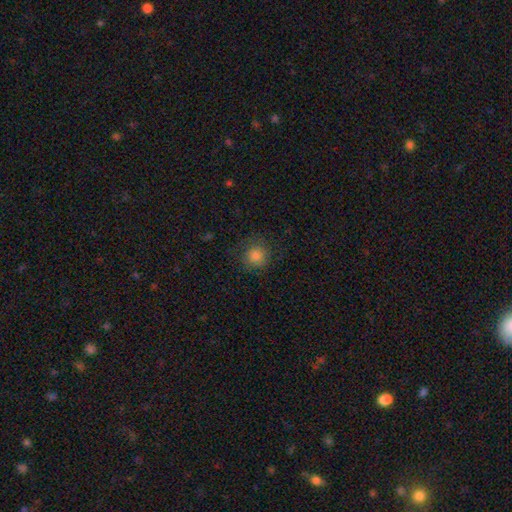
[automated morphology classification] This appears to be a smooth galaxy with no disk features (83%) that is round (92%). Merging: none (82%).